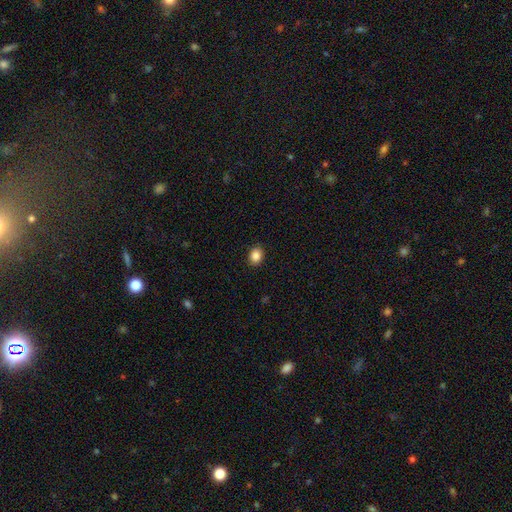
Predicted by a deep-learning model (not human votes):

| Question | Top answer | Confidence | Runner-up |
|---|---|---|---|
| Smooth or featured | smooth | 87% | star or artifact (9%) |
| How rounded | in between | 50% | round (49%) |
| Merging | none | 90% | minor disturbance (7%) |